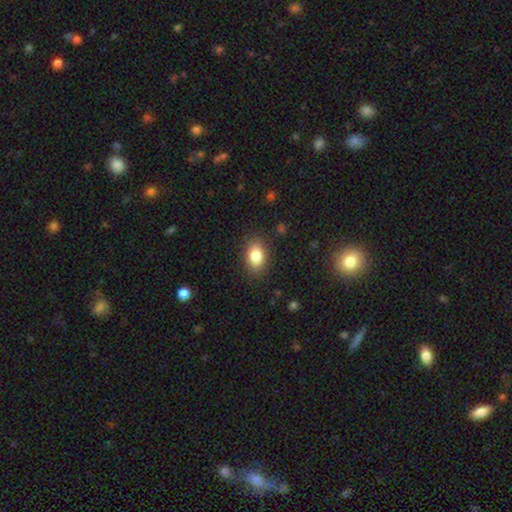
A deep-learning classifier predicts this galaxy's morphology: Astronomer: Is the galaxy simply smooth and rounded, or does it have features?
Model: smooth — 83%.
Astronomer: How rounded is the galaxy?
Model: in between — 85%.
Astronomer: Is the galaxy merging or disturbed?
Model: none — 85%.